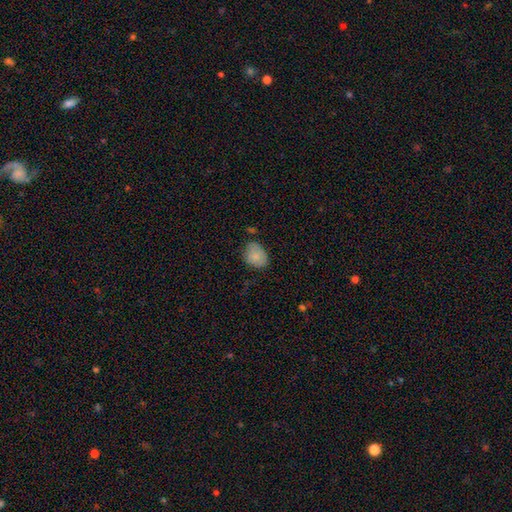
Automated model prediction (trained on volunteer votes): This appears to be a smooth galaxy with no disk features (82%) that is in between round and cigar-shaped (68%). Merging: none (60%).